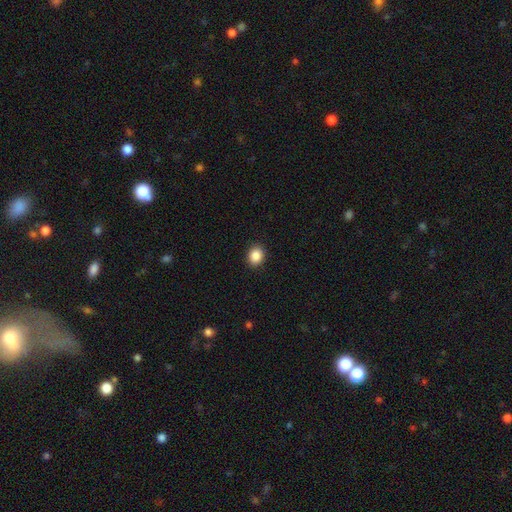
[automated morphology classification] smooth-or-featured: smooth: 88% | star or artifact: 9% | featured or disk: 3%
  how-rounded: round: 59% | in between: 40% | cigar-shaped: 1%
  merging: none: 91% | minor disturbance: 6% | major disturbance: 2% | merger: 1%